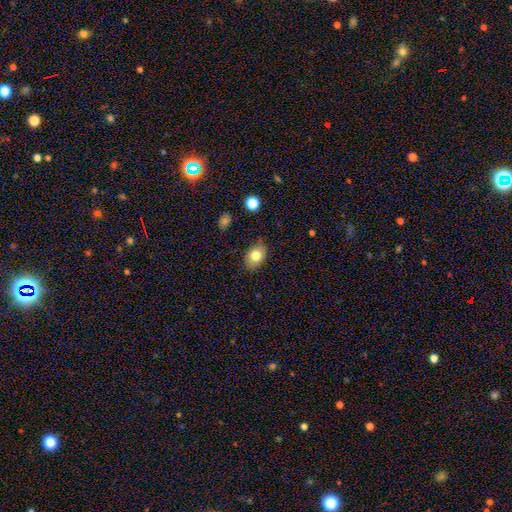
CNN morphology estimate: A smooth galaxy with no disk features (78%) that is in between round and cigar-shaped (70%). Merging: none (75%).